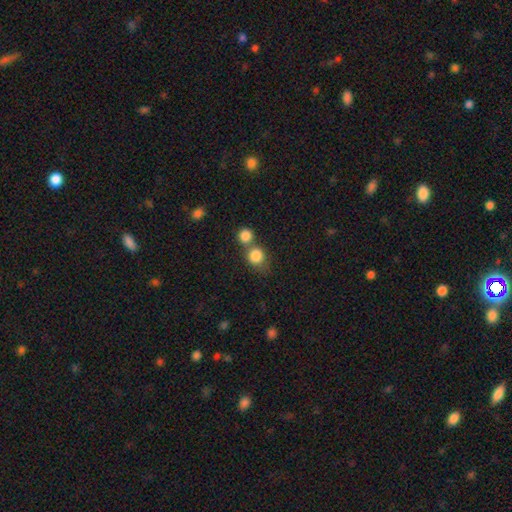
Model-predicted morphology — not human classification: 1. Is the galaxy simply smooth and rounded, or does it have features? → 84% smooth, 10% star or artifact, 6% featured or disk.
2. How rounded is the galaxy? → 80% round, 19% in between, 1% cigar-shaped.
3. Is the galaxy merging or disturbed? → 44% none, 42% merger, 9% minor disturbance, 5% major disturbance.